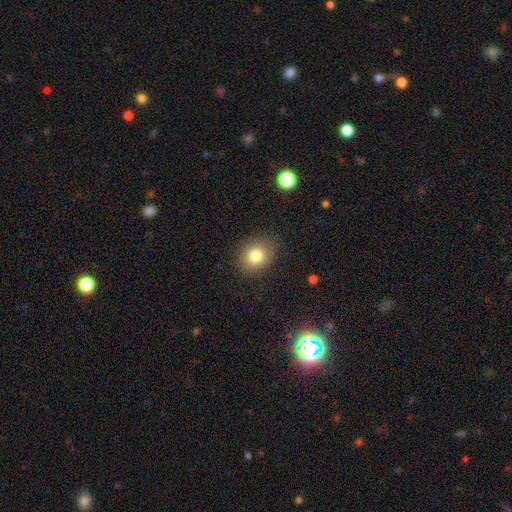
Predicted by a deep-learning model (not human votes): Overall: smooth (80%). How rounded: round (56%; in between 43%). Merging: none (83%).